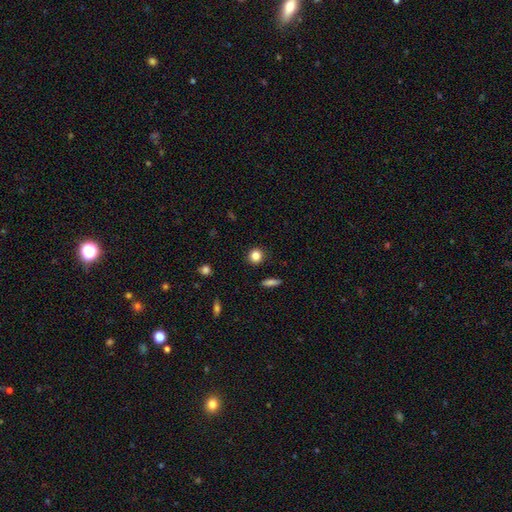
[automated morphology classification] This appears to be a smooth galaxy with no disk features (84%) that is round (86%). Merging: none (91%).